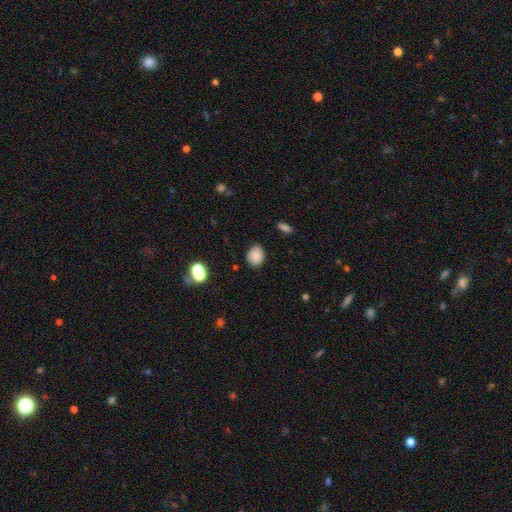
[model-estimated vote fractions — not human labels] Smooth or featured?
  - smooth: 83% *
  - star or artifact: 9%
  - featured or disk: 7%
How rounded?
  - in between: 50% *
  - round: 49%
  - cigar-shaped: 1%
Merging?
  - none: 81% *
  - minor disturbance: 14%
  - major disturbance: 3%
  - merger: 2%